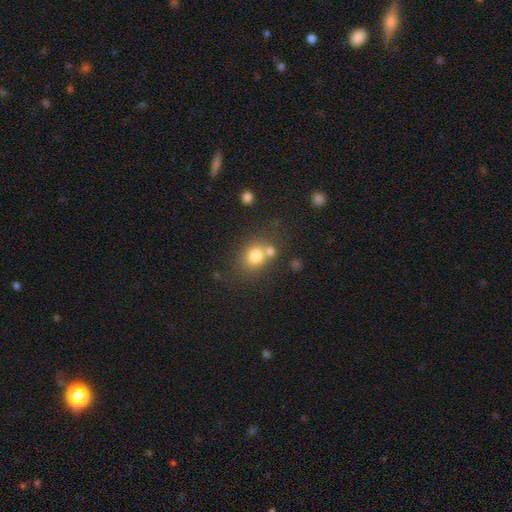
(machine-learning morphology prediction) Smooth or featured?
  - smooth: 76% *
  - star or artifact: 12%
  - featured or disk: 11%
How rounded?
  - round: 68% *
  - in between: 31%
  - cigar-shaped: 1%
Merging?
  - none: 52% *
  - merger: 31%
  - minor disturbance: 11%
  - major disturbance: 5%